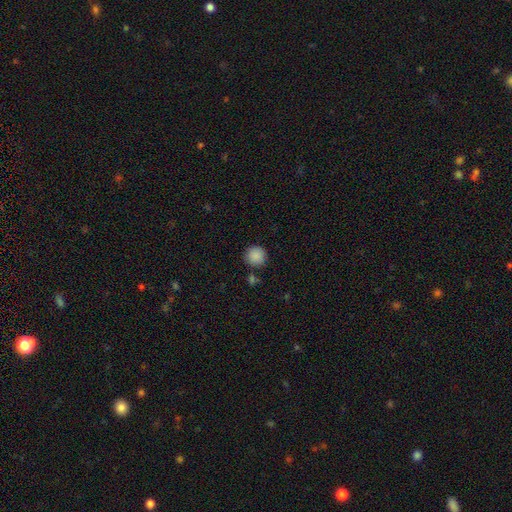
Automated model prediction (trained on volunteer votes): This appears to be a smooth galaxy with no disk features (88%) that is round (94%). Merging: none (84%).